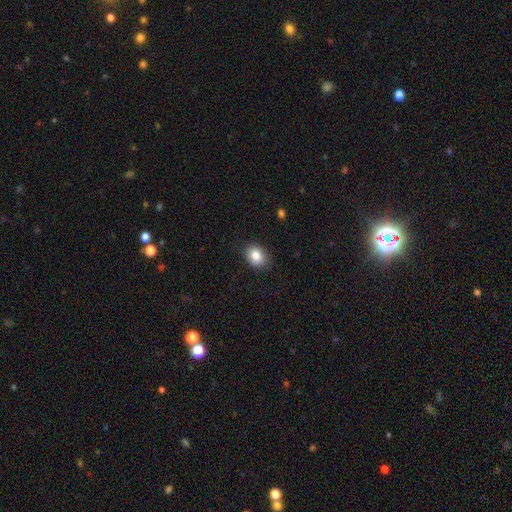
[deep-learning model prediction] Overall: smooth (83%). How rounded: in between (62%; round 38%). Merging: none (85%).